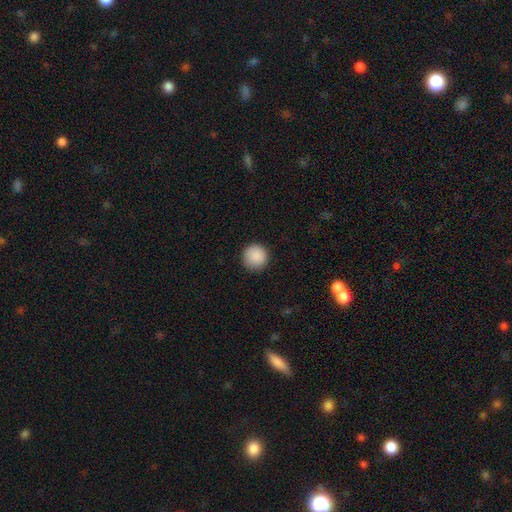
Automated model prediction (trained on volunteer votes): Morphology: type=smooth (90%); roundness=round (96%); merging=none (91%).